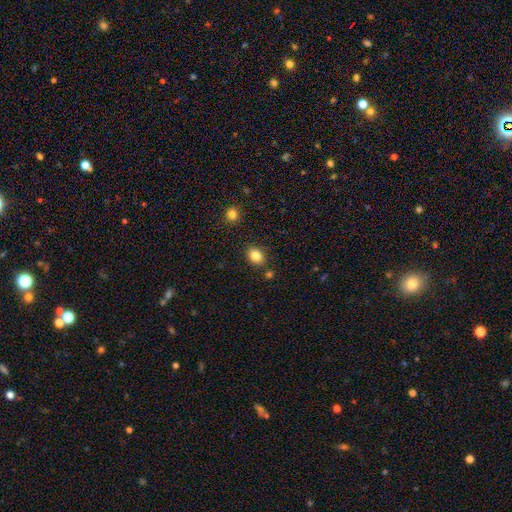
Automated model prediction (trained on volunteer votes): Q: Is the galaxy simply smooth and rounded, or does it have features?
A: smooth — 85%.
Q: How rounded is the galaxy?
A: in between — 54%.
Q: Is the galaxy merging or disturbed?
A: none — 84%.